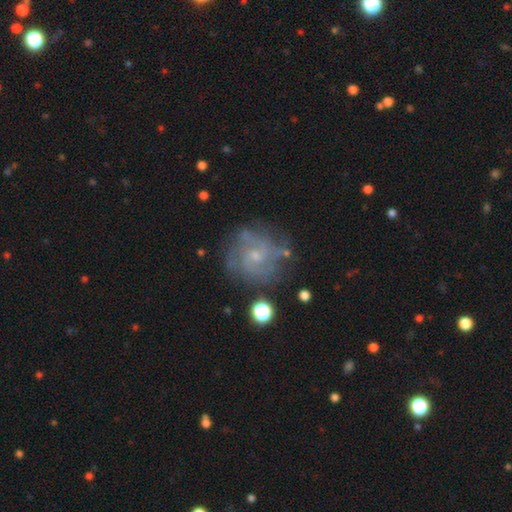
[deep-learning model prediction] Smooth or featured? featured or disk (73%)
Edge-on disk? no (98%)
Bar? no (69%)
Spiral arms? yes (87%)
Spiral winding? tight (49%)
Spiral arm count? can't tell (40%)
Bulge size? small (68%)
Merging? none (70%)